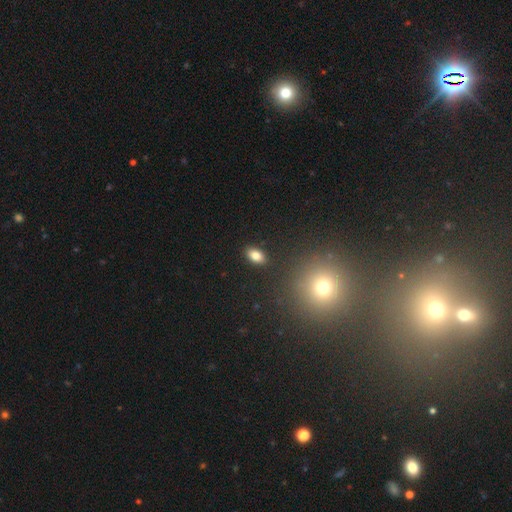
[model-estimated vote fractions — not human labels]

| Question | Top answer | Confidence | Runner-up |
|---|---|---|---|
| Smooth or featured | smooth | 83% | star or artifact (10%) |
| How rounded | in between | 89% | round (9%) |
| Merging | none | 89% | minor disturbance (7%) |